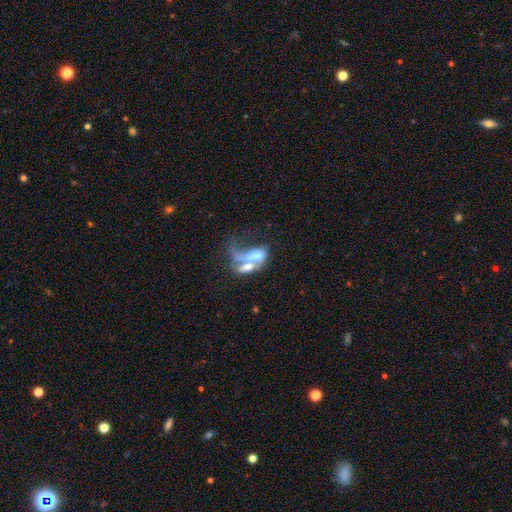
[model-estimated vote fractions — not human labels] Smooth or featured? smooth (47%)
Merging? merger (63%)